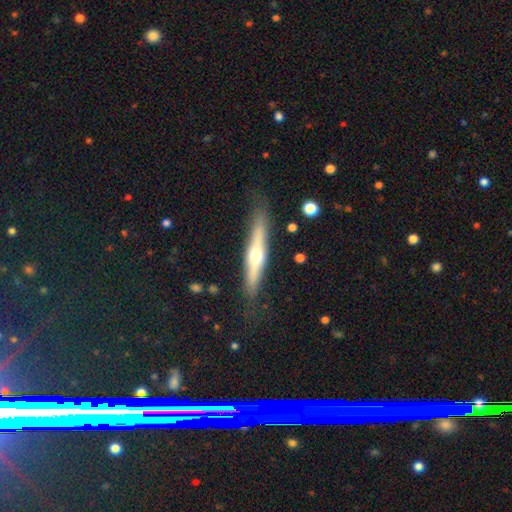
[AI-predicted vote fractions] Q: Smooth or featured?
A: featured or disk (61%); runner-up: smooth (32%)
Q: Edge-on disk?
A: yes (91%); runner-up: no (9%)
Q: Edge-on bulge?
A: rounded (87%); runner-up: none (10%)
Q: Merging?
A: none (83%); runner-up: minor disturbance (13%)